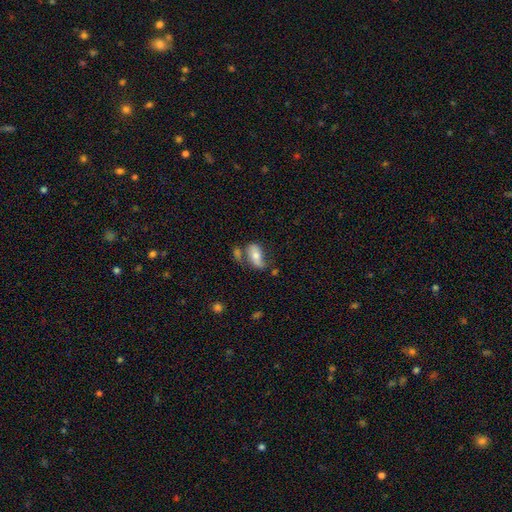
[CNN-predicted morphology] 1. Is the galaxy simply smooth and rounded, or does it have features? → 62% smooth, 31% featured or disk, 8% star or artifact.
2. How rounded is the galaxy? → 89% in between, 6% cigar-shaped, 5% round.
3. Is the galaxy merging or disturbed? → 41% none, 23% minor disturbance, 21% merger, 15% major disturbance.